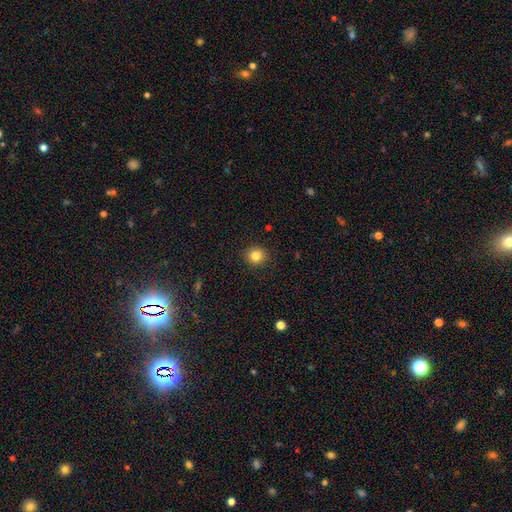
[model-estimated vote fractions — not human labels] Overall: smooth (82%). How rounded: round (91%). Merging: none (91%).